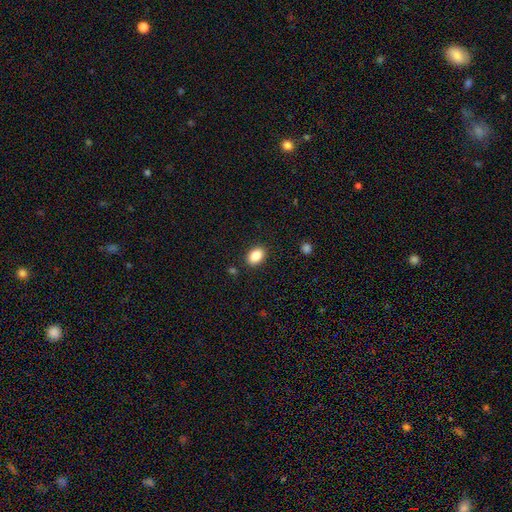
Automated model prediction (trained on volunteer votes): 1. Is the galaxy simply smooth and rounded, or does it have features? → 86% smooth, 9% star or artifact, 5% featured or disk.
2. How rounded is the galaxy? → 79% in between, 20% round, 1% cigar-shaped.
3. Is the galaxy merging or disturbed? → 89% none, 8% minor disturbance, 2% major disturbance, 1% merger.